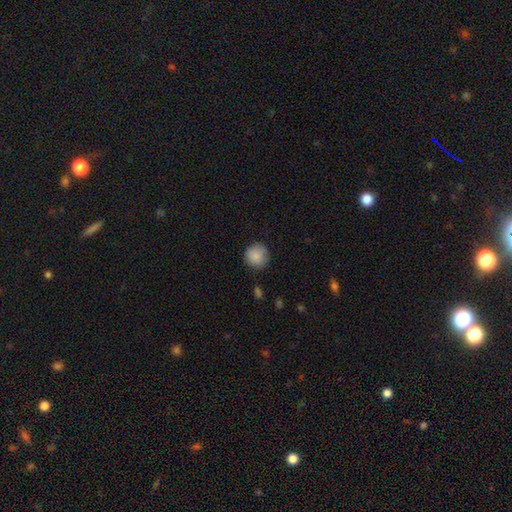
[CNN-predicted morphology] Q: Smooth or featured?
A: smooth (88%); runner-up: star or artifact (8%)
Q: How rounded?
A: round (92%); runner-up: in between (7%)
Q: Merging?
A: none (85%); runner-up: minor disturbance (11%)